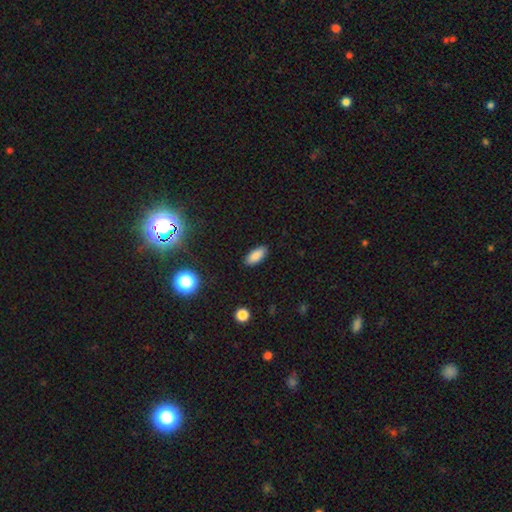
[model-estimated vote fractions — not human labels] smooth 86%, star or artifact 9%, featured or disk 5%. Down the decision tree: how rounded — in between (88%); merging — none (88%).